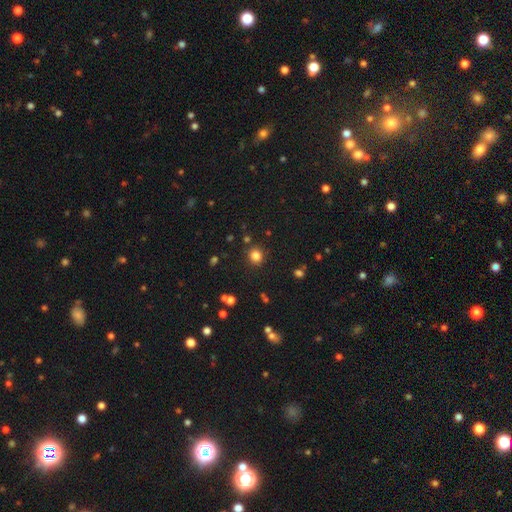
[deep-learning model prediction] Overall: smooth (80%). How rounded: round (88%). Merging: none (87%).